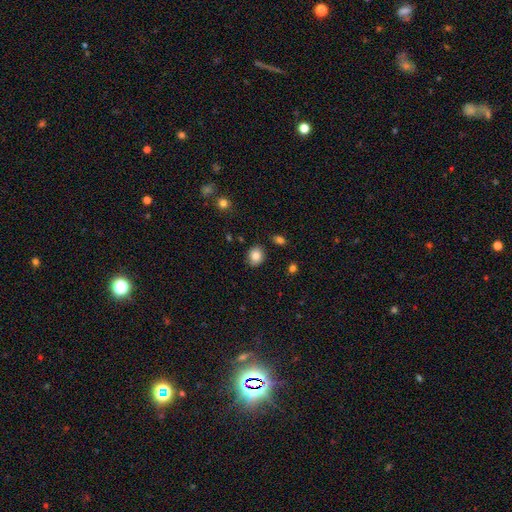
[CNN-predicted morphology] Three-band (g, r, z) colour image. It shows a smooth galaxy with no disk features (84%) that is round (57%). Merging: none (86%).